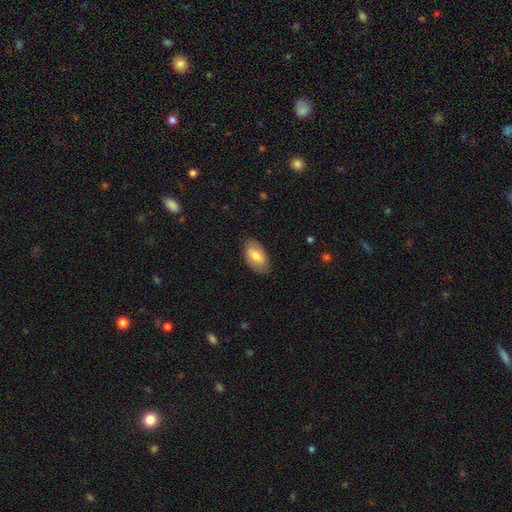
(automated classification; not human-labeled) The model was most divided on "smooth or featured": smooth: 73%, featured or disk: 21%, star or artifact: 6%. More confident: how rounded — in between (94%); merging — none (84%).